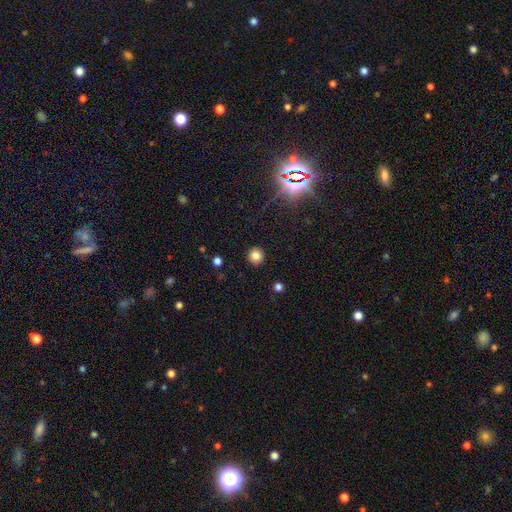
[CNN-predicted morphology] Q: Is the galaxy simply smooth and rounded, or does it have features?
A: smooth — 80%.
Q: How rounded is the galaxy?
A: round — 94%.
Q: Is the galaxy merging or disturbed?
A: none — 92%.